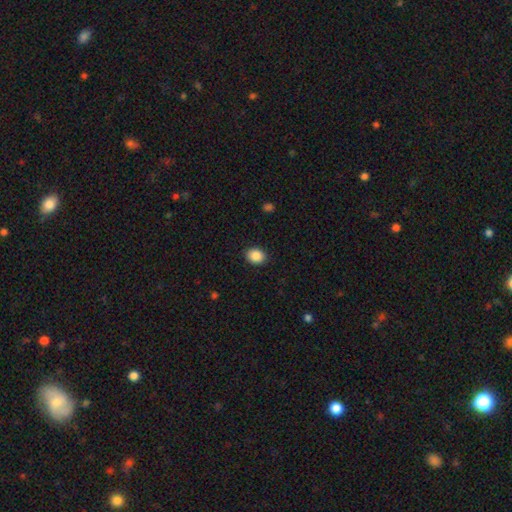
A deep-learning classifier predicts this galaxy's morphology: Smooth or featured?
  - smooth: 89% *
  - star or artifact: 8%
  - featured or disk: 3%
How rounded?
  - in between: 55% *
  - round: 45%
  - cigar-shaped: 1%
Merging?
  - none: 90% *
  - minor disturbance: 7%
  - major disturbance: 2%
  - merger: 1%